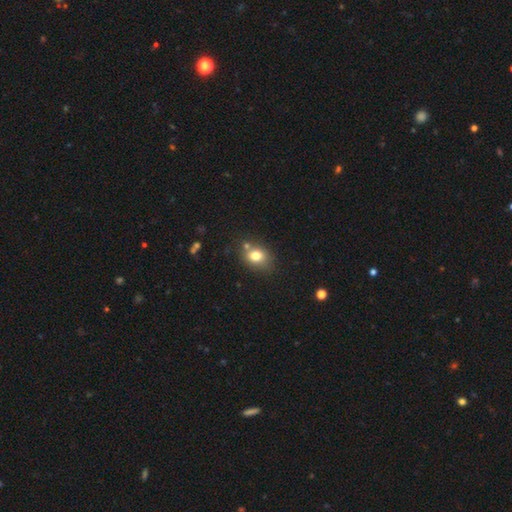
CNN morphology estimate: smooth-or-featured: smooth: 78% | star or artifact: 11% | featured or disk: 10%
  how-rounded: round: 50% | in between: 49% | cigar-shaped: 1%
  merging: none: 67% | minor disturbance: 16% | merger: 13% | major disturbance: 4%